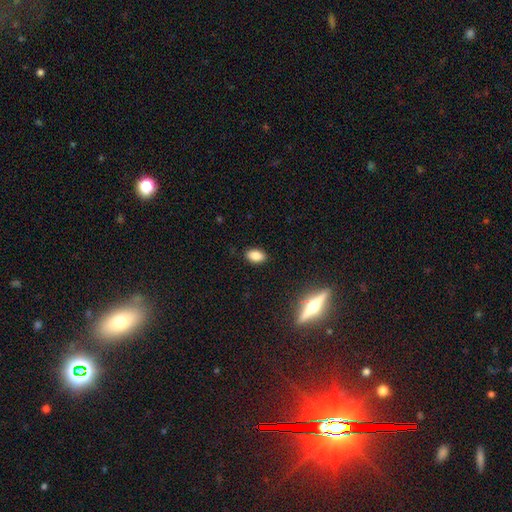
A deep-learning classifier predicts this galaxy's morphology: This is clearly a smooth galaxy (83%). How rounded: clearly in between (90%). Merging: clearly none (89%).